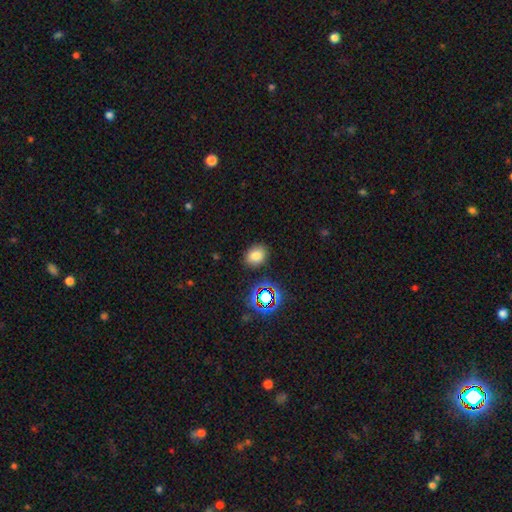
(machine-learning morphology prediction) smooth-or-featured: smooth: 76% | star or artifact: 17% | featured or disk: 8%
  how-rounded: in between: 57% | round: 42% | cigar-shaped: 1%
  merging: none: 84% | minor disturbance: 11% | major disturbance: 3% | merger: 2%